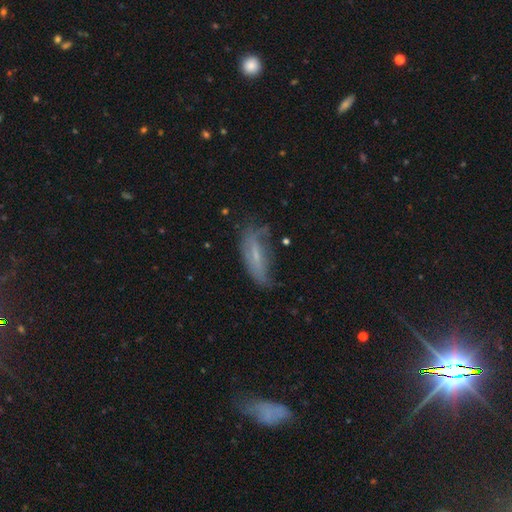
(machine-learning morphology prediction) Overall: smooth (47%; featured or disk 43%). Merging: none (47%; minor disturbance 32%).